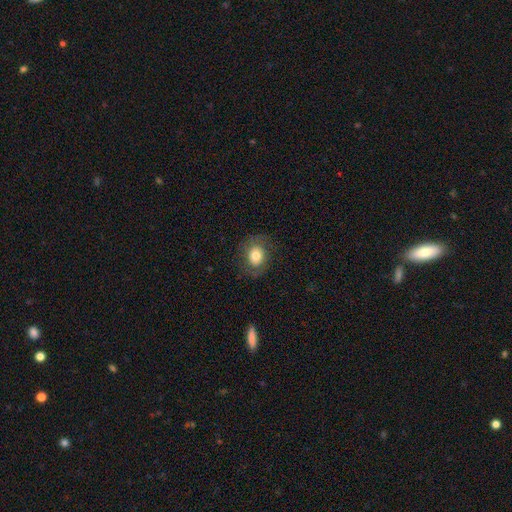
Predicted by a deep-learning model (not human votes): Smooth or featured: smooth — 68% (featured or disk — 23%)
How rounded: round — 60% (in between — 39%)
Merging: none — 73% (minor disturbance — 16%)